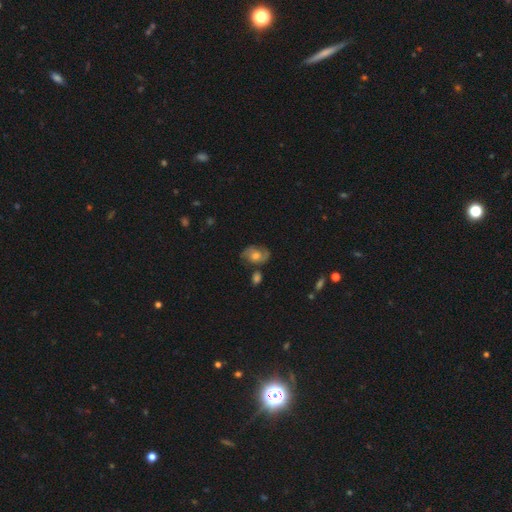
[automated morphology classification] Smooth or featured: featured or disk — 62% (smooth — 29%)
Edge-on disk: no — 96% (yes — 4%)
Bar: no — 67% (weak — 28%)
Spiral arms: yes — 86% (no — 14%)
Spiral winding: medium — 48% (tight — 26%)
Spiral arm count: 2 — 84% (can't tell — 9%)
Bulge size: moderate — 65% (small — 20%)
Merging: none — 69% (minor disturbance — 19%)